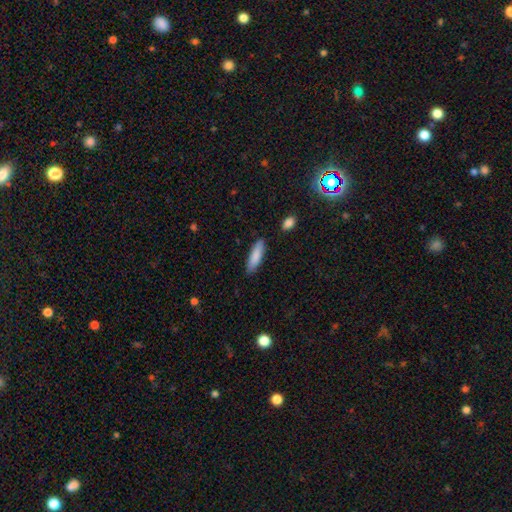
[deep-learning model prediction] The model was most divided on "how rounded": cigar-shaped: 63%, in between: 36%, round: 1%. More confident: merging — none (86%); smooth or featured — smooth (86%).